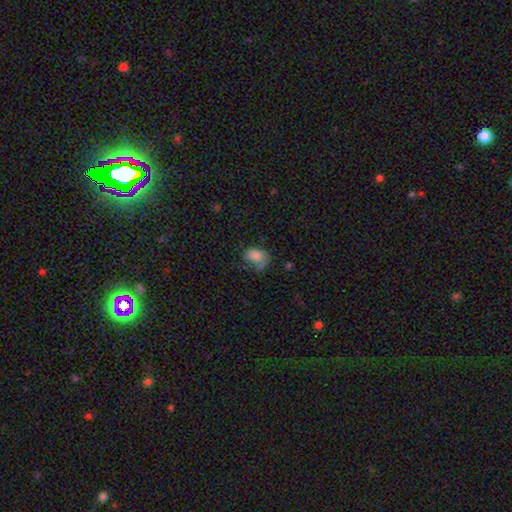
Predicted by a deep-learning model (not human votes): smooth-or-featured: smooth: 62% | featured or disk: 29% | star or artifact: 9%
  how-rounded: in between: 82% | round: 16% | cigar-shaped: 1%
  merging: none: 36% | major disturbance: 35% | minor disturbance: 25% | merger: 4%